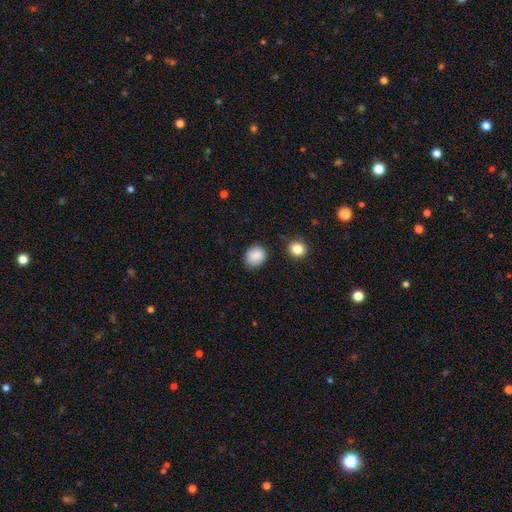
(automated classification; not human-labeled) Smooth or featured: smooth — 87% (star or artifact — 8%)
How rounded: round — 70% (in between — 29%)
Merging: none — 83% (minor disturbance — 12%)